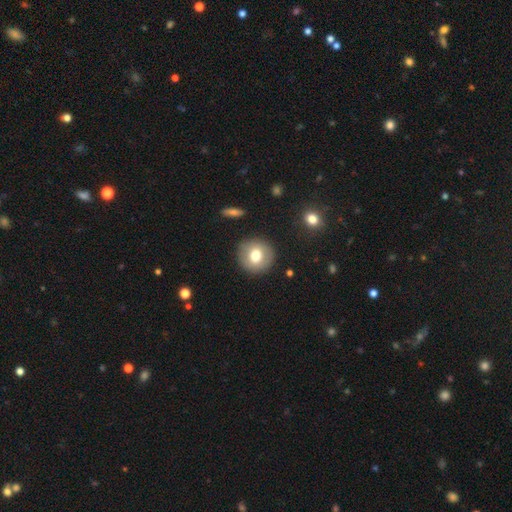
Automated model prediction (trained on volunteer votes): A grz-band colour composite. It shows a smooth galaxy with no disk features (71%) that is round (92%). Merging: none (89%).